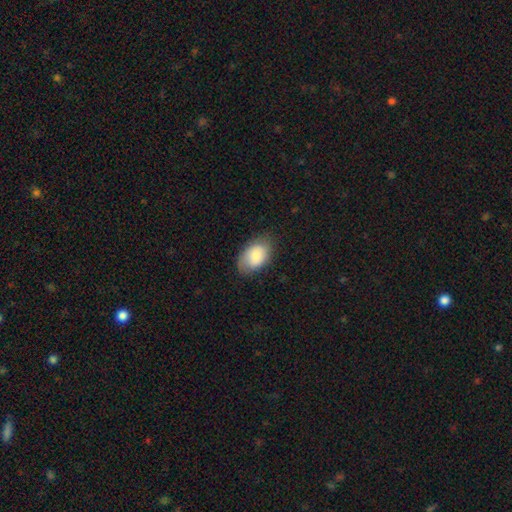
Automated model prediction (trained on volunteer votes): A smooth galaxy with no disk features (81%) that is in between round and cigar-shaped (91%).

Vote fractions:
- Smooth or featured? smooth: 81% / featured or disk: 13% / star or artifact: 7%
- How rounded? in between: 91% / round: 8% / cigar-shaped: 1%
- Merging? none: 75% / minor disturbance: 19% / major disturbance: 5% / merger: 1%